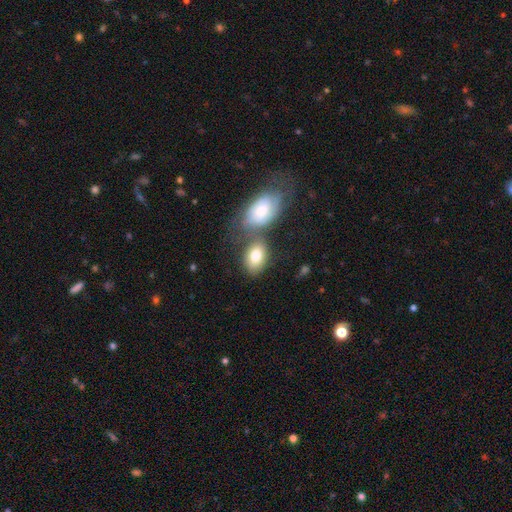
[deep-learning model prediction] smooth 79%, featured or disk 15%, star or artifact 7%. Down the decision tree: how rounded — in between (85%); merging — none (46%).